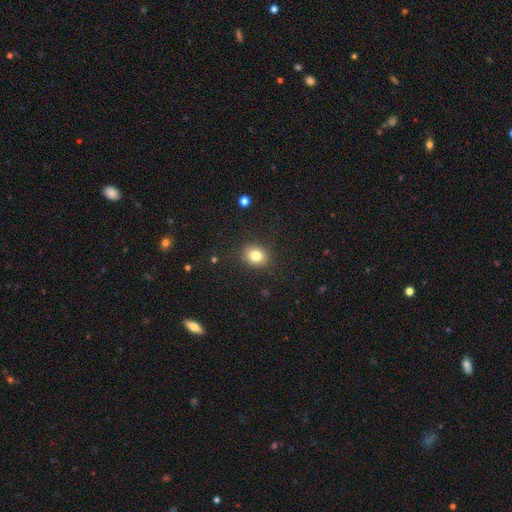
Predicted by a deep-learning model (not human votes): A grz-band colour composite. It shows a smooth galaxy with no disk features (81%) that is in between round and cigar-shaped (50%, tied with round). Merging: none (87%).